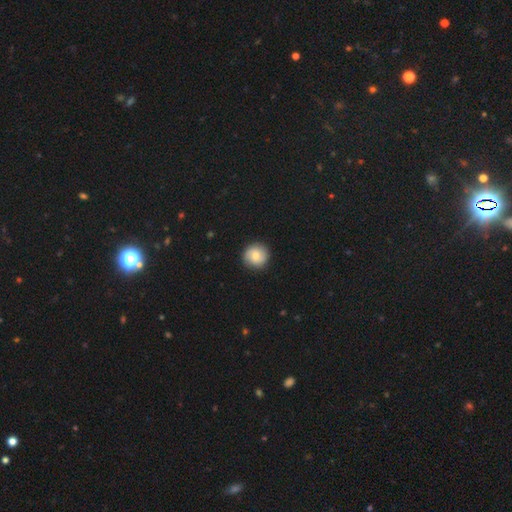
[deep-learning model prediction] This appears to be a smooth galaxy with no disk features (63%) that is round (93%). Merging: none (88%).